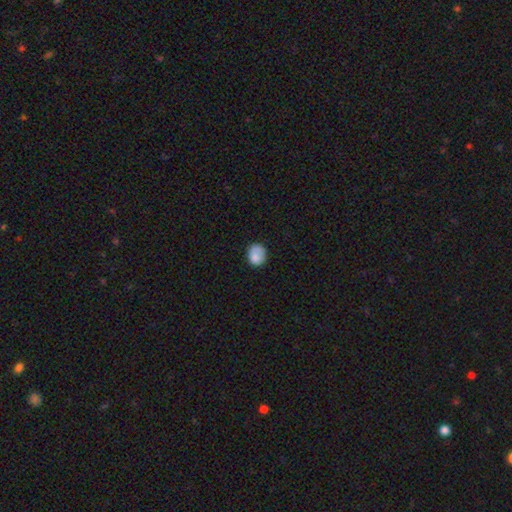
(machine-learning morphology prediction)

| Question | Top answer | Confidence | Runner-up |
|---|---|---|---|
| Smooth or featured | smooth | 80% | featured or disk (11%) |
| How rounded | round | 59% | in between (40%) |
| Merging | none | 61% | minor disturbance (25%) |